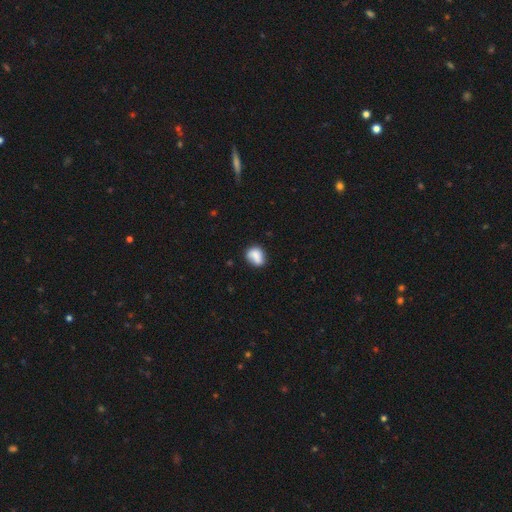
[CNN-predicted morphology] The model was most divided on "how rounded" (2-way tie): in between: 49%, round: 49%, cigar-shaped: 2%. More confident: smooth or featured — smooth (80%); merging — none (61%).